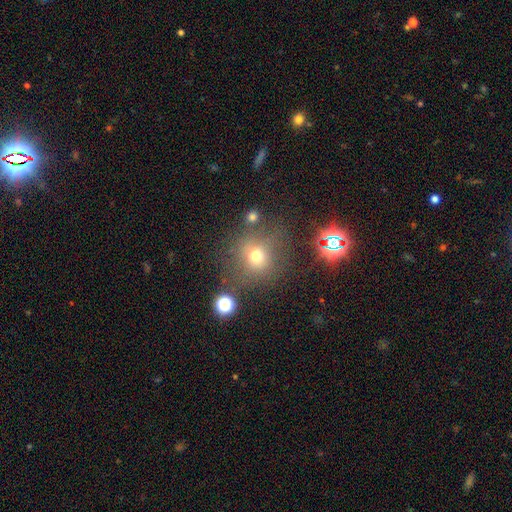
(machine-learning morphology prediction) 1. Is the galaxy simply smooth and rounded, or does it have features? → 67% smooth, 21% star or artifact, 12% featured or disk.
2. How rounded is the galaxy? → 86% round, 13% in between, 1% cigar-shaped.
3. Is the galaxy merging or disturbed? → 69% none, 14% minor disturbance, 9% major disturbance, 8% merger.